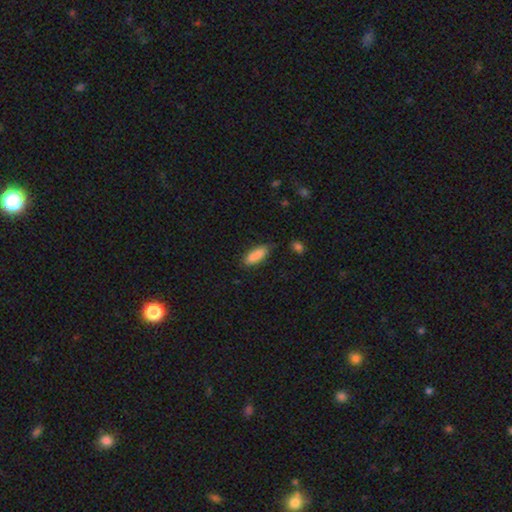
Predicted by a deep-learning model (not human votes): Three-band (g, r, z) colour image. It shows a smooth galaxy with no disk features (88%) that is in between round and cigar-shaped (67%). Merging: none (79%).